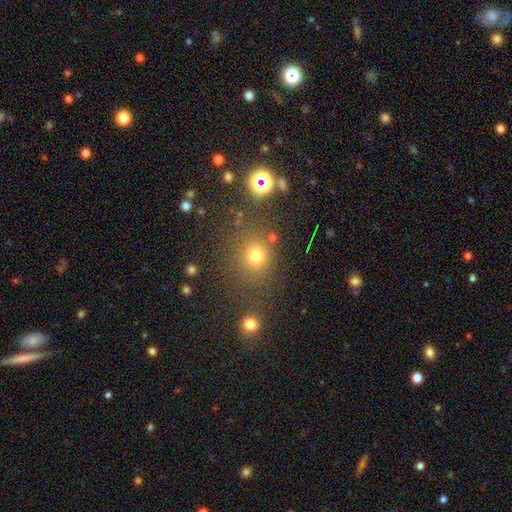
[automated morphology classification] smooth-or-featured: smooth: 71% | star or artifact: 23% | featured or disk: 7%
  how-rounded: round: 84% | in between: 15% | cigar-shaped: 1%
  merging: none: 78% | minor disturbance: 10% | merger: 7% | major disturbance: 5%